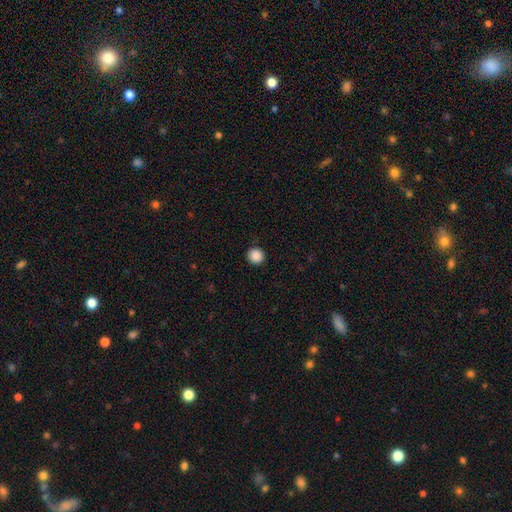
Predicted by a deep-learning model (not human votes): Smooth or featured? Predicted: smooth (p=0.88). How rounded? Predicted: round (p=0.93). Merging? Predicted: none (p=0.92).